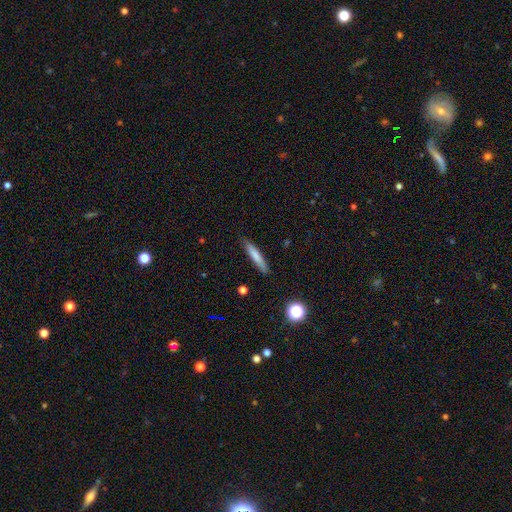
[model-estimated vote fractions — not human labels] This is likely a smooth galaxy (75%). How rounded: clearly cigar-shaped (90%). Merging: clearly none (86%).